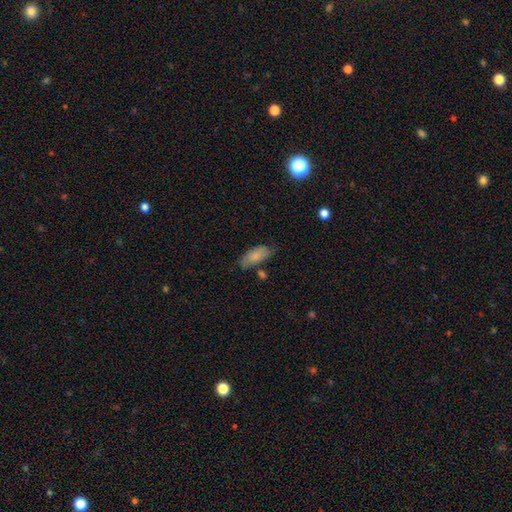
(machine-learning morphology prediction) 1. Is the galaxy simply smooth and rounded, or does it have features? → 76% smooth, 17% featured or disk, 7% star or artifact.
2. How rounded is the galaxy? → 85% in between, 12% cigar-shaped, 2% round.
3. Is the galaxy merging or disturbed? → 62% none, 24% minor disturbance, 8% merger, 6% major disturbance.